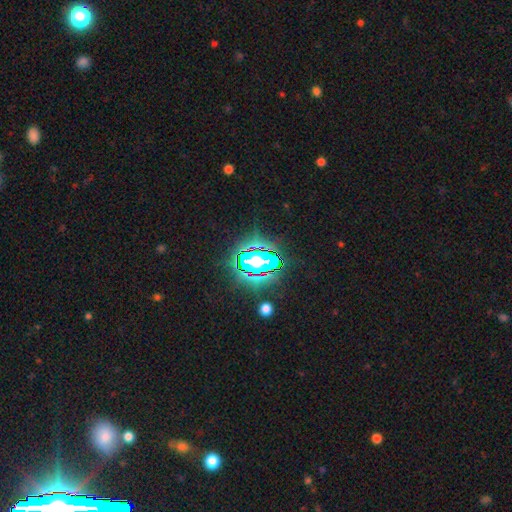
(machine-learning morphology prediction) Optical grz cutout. It shows a star or artifact, not a galaxy (80%).